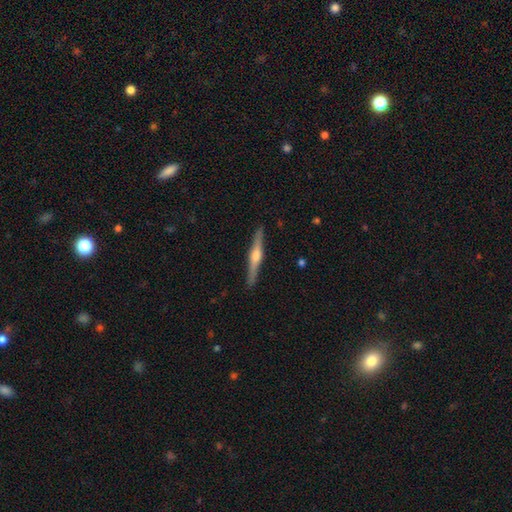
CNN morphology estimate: Overall: featured or disk (79%). Edge-on disk: yes (98%). Edge-on bulge: rounded (88%). Merging: none (92%).